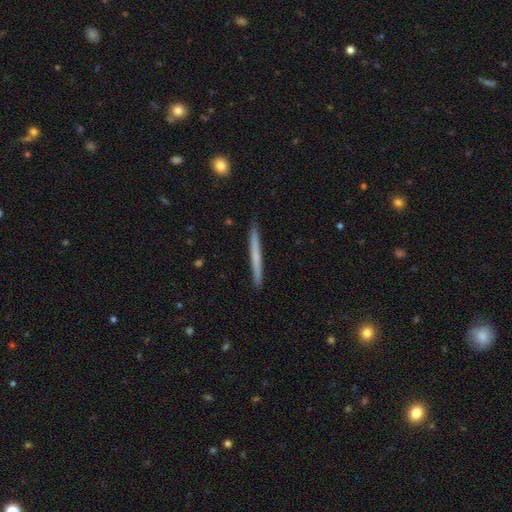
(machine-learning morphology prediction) Q: Smooth or featured?
A: smooth (54%); runner-up: featured or disk (41%)
Q: How rounded?
A: cigar-shaped (97%); runner-up: in between (1%)
Q: Merging?
A: none (91%); runner-up: minor disturbance (6%)